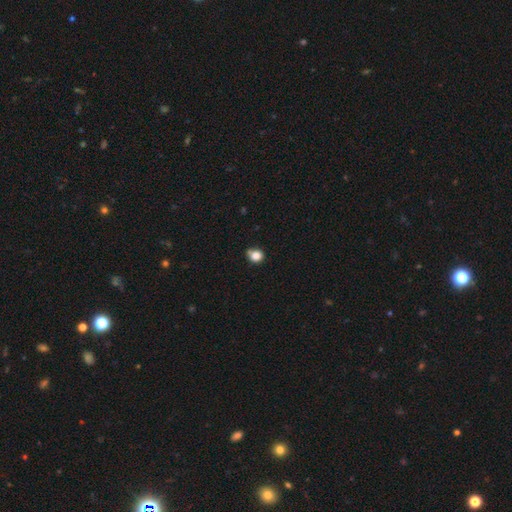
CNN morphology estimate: type=smooth (83%); roundness=round (75%); merging=none (60%).